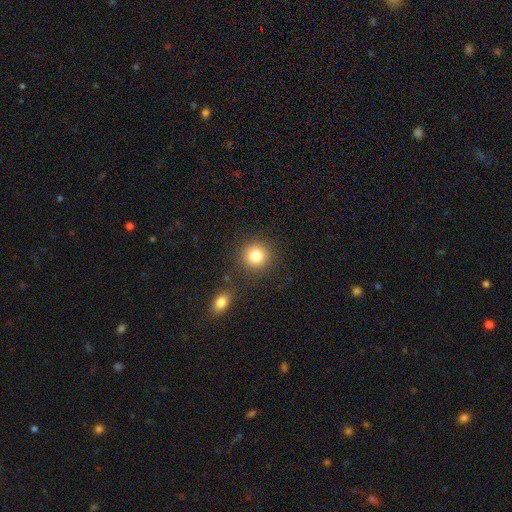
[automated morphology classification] This appears to be a smooth galaxy with no disk features (83%) that is round (92%). Merging: none (84%).